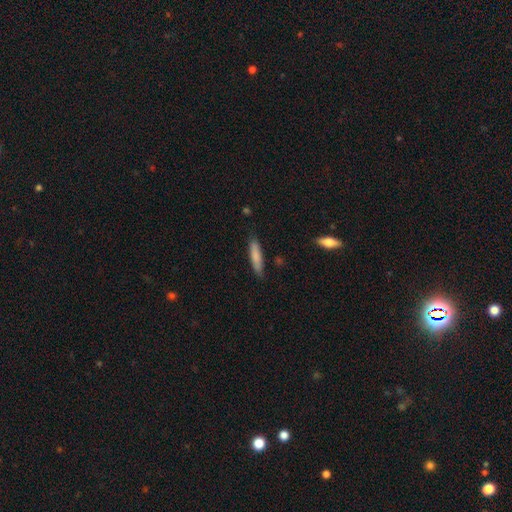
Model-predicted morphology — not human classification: smooth_or_featured: smooth (p=0.81) [alt: featured or disk p=0.13]
how_rounded: cigar-shaped (p=0.85) [alt: in between p=0.13]
merging: none (p=0.84) [alt: minor disturbance p=0.13]